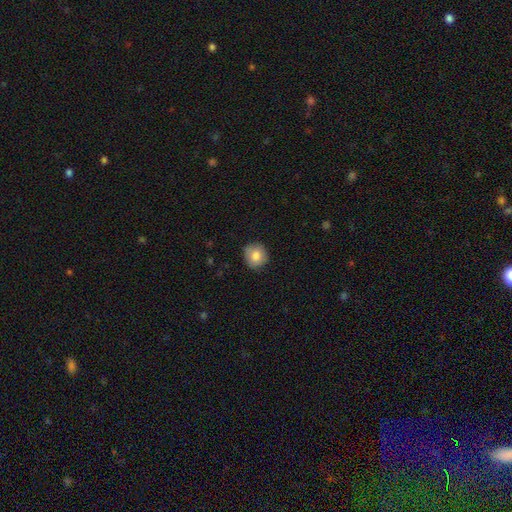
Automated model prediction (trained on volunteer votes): This is clearly a smooth galaxy (81%). How rounded: clearly round (86%). Merging: clearly none (81%).